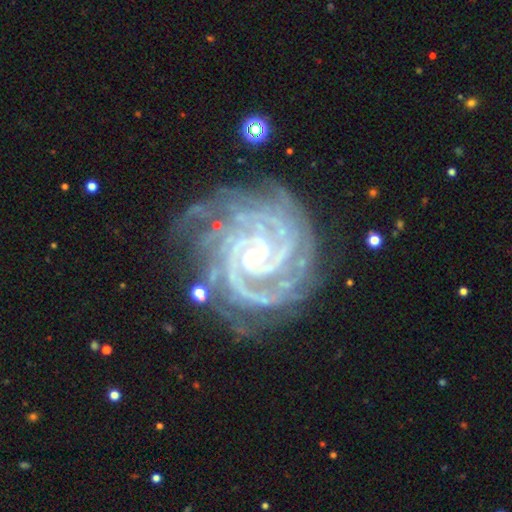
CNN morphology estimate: Smooth or featured?
  - featured or disk: 93% *
  - star or artifact: 5%
  - smooth: 2%
Edge-on disk?
  - no: 98% *
  - yes: 2%
Bar?
  - no: 54% *
  - weak: 31%
  - strong: 16%
Spiral arms?
  - yes: 99% *
  - no: 1%
Spiral winding?
  - tight: 79% *
  - medium: 19%
  - loose: 2%
Spiral arm count?
  - 2: 23% * (tied)
  - 3: 23% * (tied)
  - 4: 20%
  - can't tell: 13%
  - more than 4: 13%
  - 1: 8%
Bulge size?
  - small: 74% *
  - moderate: 22%
  - none: 2%
  - large: 1%
  - dominant: 1%
Merging?
  - none: 70% *
  - minor disturbance: 19%
  - major disturbance: 9%
  - merger: 2%